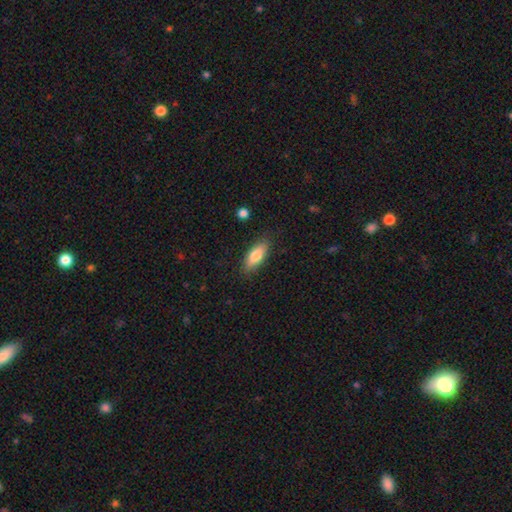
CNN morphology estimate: Smooth or featured? smooth (80%)
How rounded? in between (73%)
Merging? none (84%)